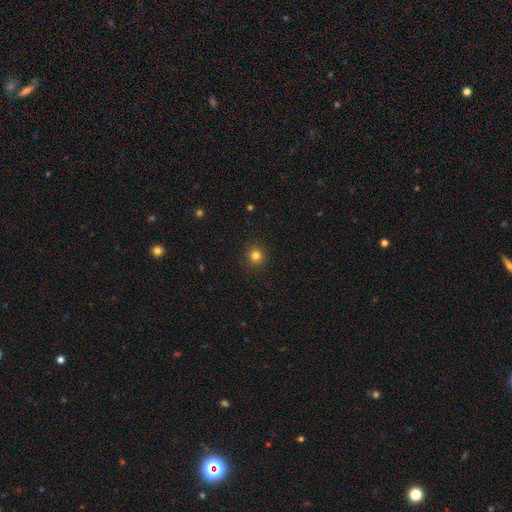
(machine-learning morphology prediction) Overall: smooth (81%). How rounded: round (93%). Merging: none (92%).